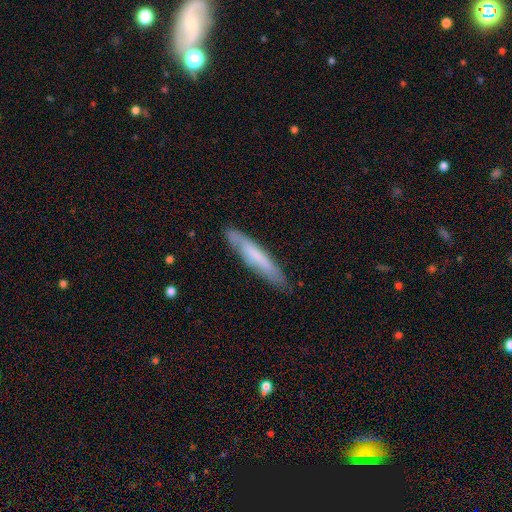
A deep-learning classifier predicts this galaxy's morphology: This is possibly a smooth galaxy (58%). How rounded: clearly cigar-shaped (89%). Merging: clearly none (81%).